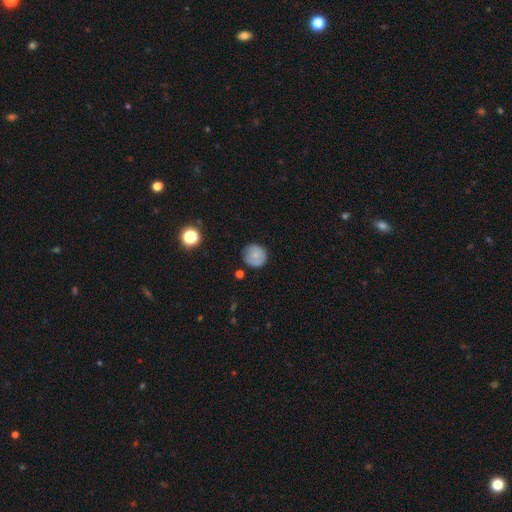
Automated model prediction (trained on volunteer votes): The model was most divided on "smooth or featured": smooth: 77%, featured or disk: 14%, star or artifact: 9%. More confident: how rounded — round (92%); merging — none (82%).